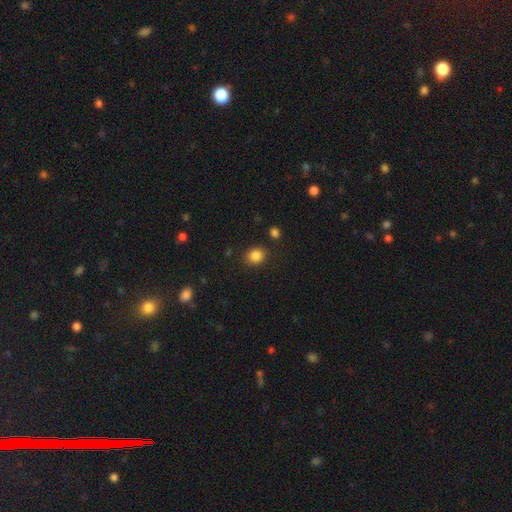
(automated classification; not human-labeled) The model was most divided on "how rounded": round: 67%, in between: 32%, cigar-shaped: 1%. More confident: merging — none (86%); smooth or featured — smooth (85%).